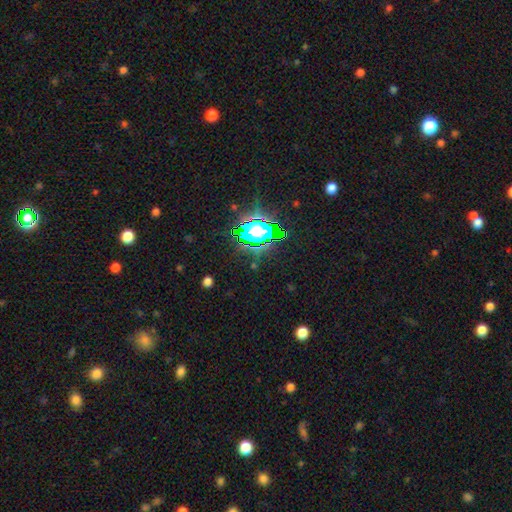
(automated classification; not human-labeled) Overall: star or artifact (71%).